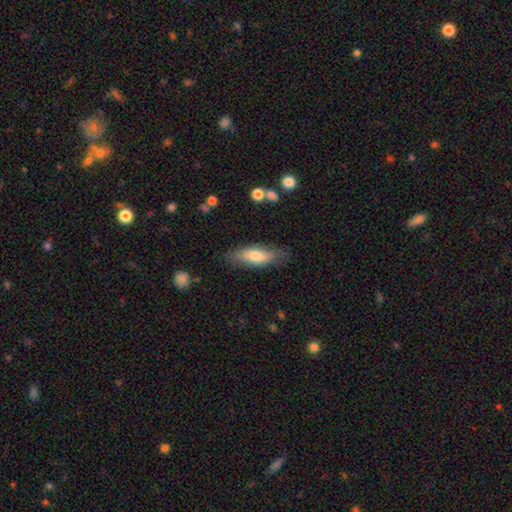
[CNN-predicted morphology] Smooth or featured? Predicted: smooth (p=0.65). How rounded? Predicted: in between (p=0.54). Merging? Predicted: none (p=0.81).